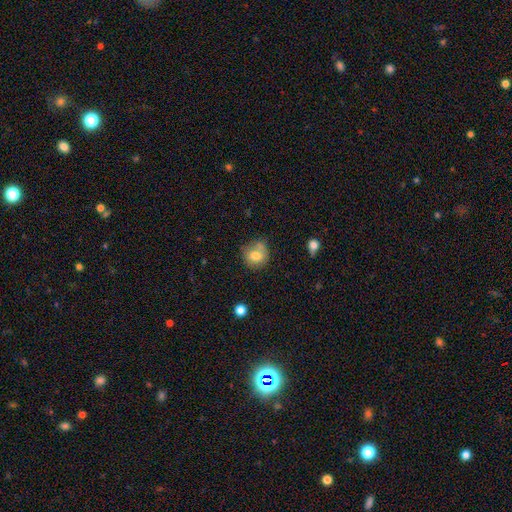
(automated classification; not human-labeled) This is likely a smooth galaxy (77%). How rounded: clearly round (80%). Merging: possibly none (56%).